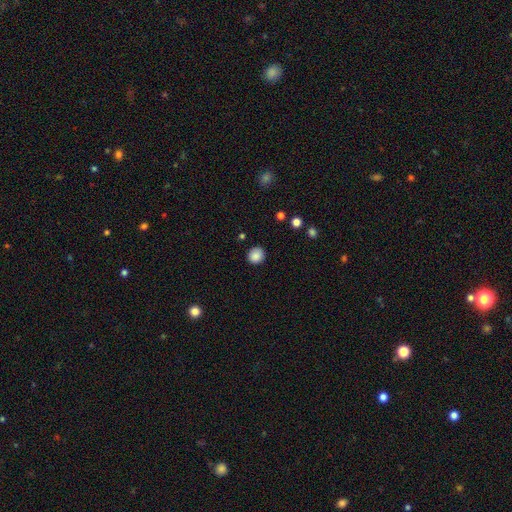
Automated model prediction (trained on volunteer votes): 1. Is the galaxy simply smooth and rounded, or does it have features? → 86% smooth, 10% star or artifact, 4% featured or disk.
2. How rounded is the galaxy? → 89% round, 10% in between, 1% cigar-shaped.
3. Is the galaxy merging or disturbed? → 88% none, 8% minor disturbance, 2% major disturbance, 1% merger.